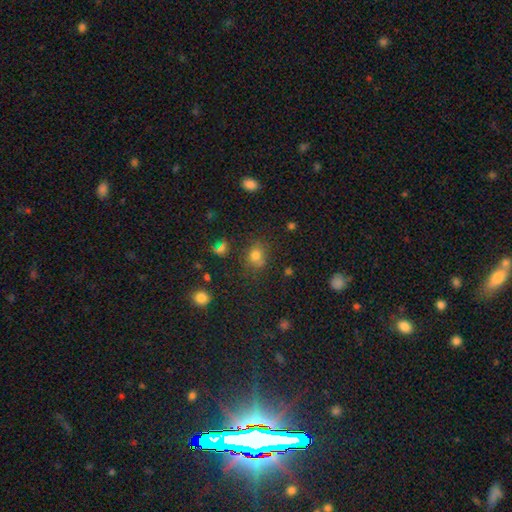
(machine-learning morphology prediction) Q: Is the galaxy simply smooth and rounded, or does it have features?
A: smooth — 73%.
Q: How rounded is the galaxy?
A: round — 72%.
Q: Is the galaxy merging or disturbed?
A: none — 70%.